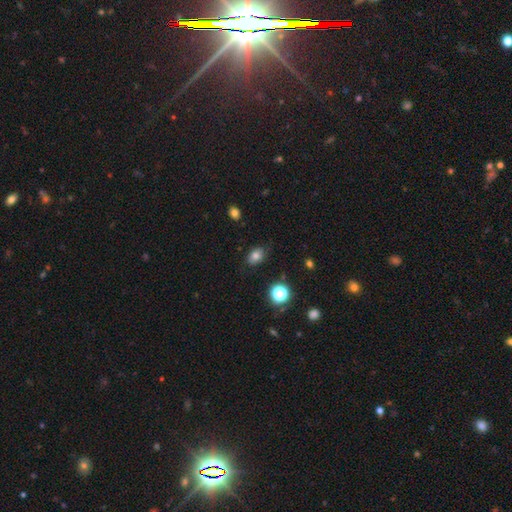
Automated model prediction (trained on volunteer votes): This appears to be a smooth galaxy with no disk features (76%) that is in between round and cigar-shaped (73%). Merging: none (77%).